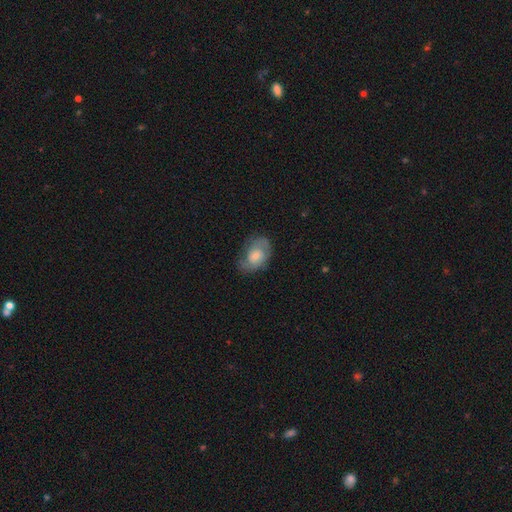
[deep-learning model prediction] Overall: featured or disk (55%; smooth 38%). Edge-on disk: no (96%). Bar: no (67%; weak 29%). Spiral arms: yes (82%). Bulge size: moderate (41%, tied with small). Merging: none (64%).